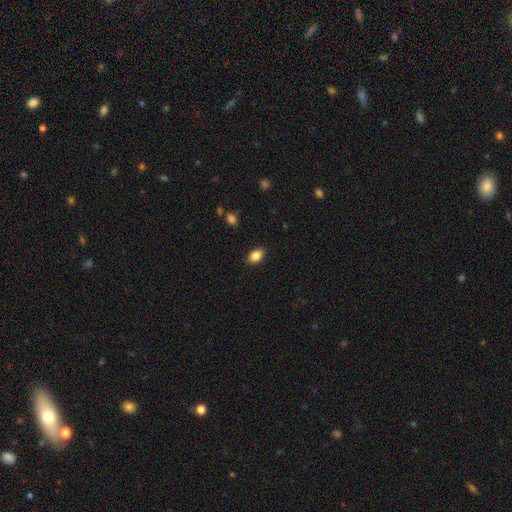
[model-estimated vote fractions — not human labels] smooth 87%, star or artifact 9%, featured or disk 5%. Down the decision tree: how rounded — in between (84%); merging — none (88%).